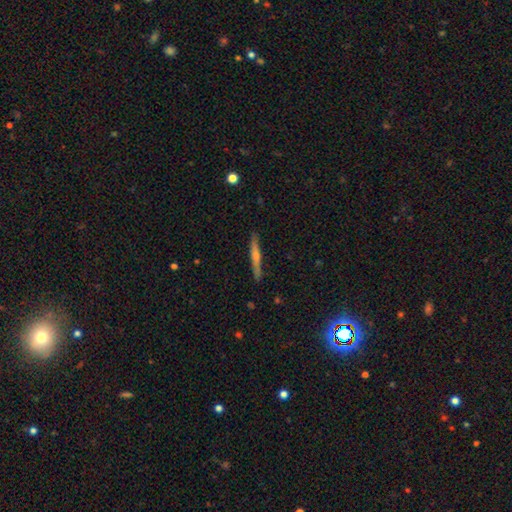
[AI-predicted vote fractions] The model was most divided on "smooth or featured": featured or disk: 58%, smooth: 26%, star or artifact: 16%. More confident: edge-on disk — yes (94%); merging — none (88%); edge-on bulge — rounded (75%).